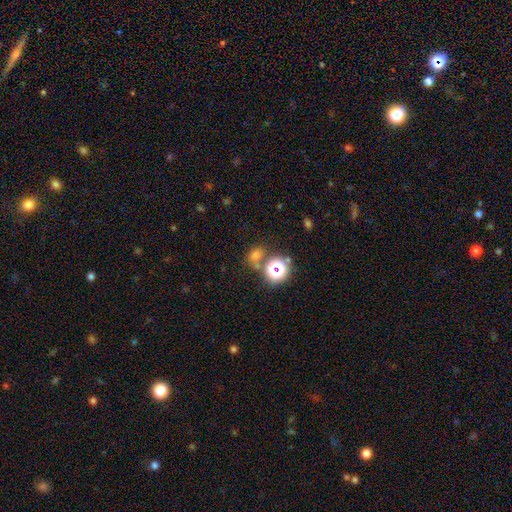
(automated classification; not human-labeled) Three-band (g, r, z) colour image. It shows a smooth galaxy with no disk features (54%) that is round (56%). Merging: none (63%).